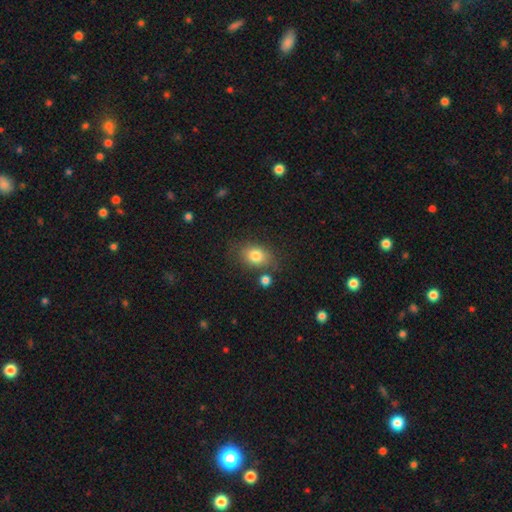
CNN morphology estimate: A smooth galaxy with no disk features (80%) that is in between round and cigar-shaped (73%). Merging: none (69%).